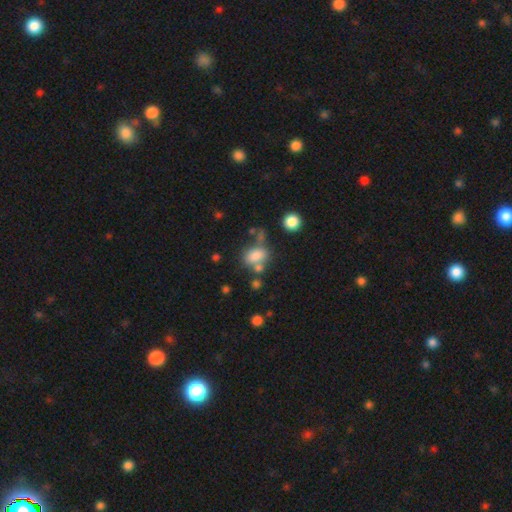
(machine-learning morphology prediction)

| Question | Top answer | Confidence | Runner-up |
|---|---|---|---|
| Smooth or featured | smooth | 78% | star or artifact (12%) |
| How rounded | in between | 76% | round (22%) |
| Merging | none | 45% | merger (27%) |